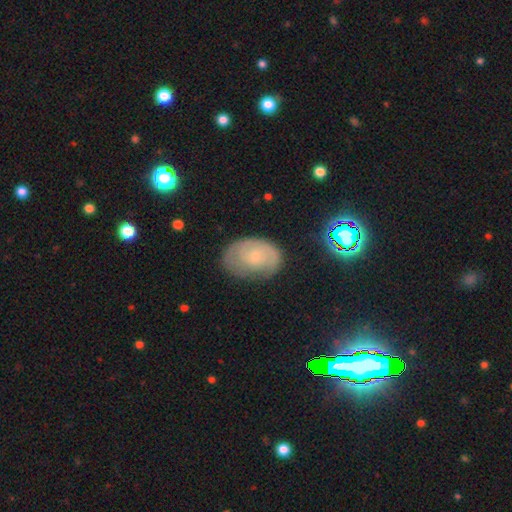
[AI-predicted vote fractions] featured or disk 50%, smooth 38%, star or artifact 12%. Down the decision tree: edge-on disk — no (95%); merging — none (63%).